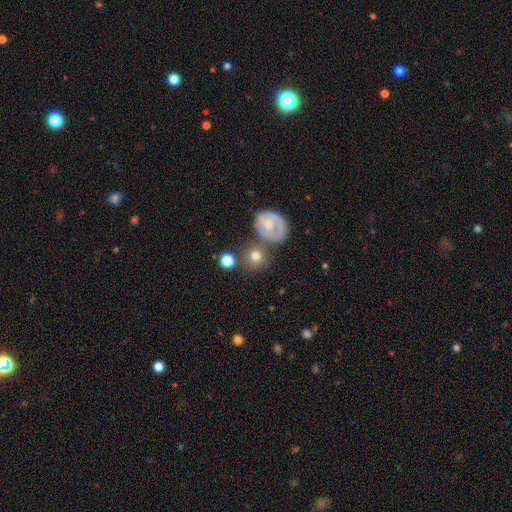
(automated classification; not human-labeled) This appears to be a smooth galaxy with no disk features (66%) that is round (84%). Merging: none (65%).